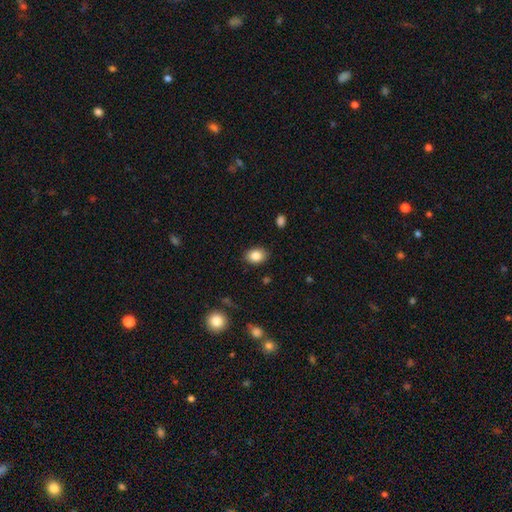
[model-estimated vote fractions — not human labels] Smooth or featured? smooth (84%)
How rounded? in between (71%)
Merging? none (87%)